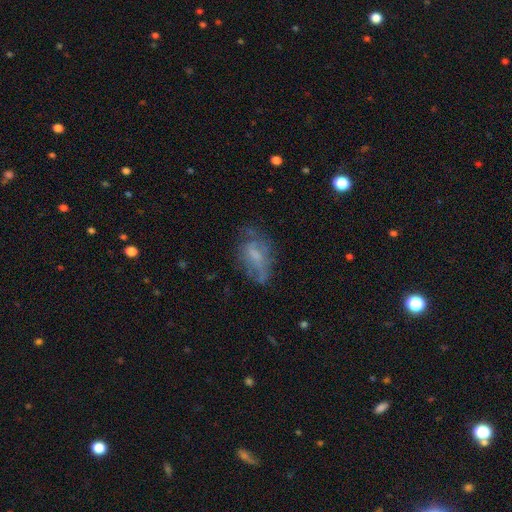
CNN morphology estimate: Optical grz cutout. It shows a featured or disk galaxy (45%). Merging: none (47%).